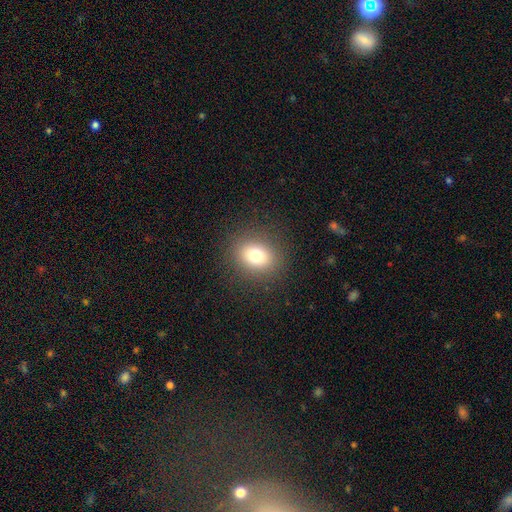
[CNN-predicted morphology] Smooth or featured?
  - smooth: 76% *
  - star or artifact: 13%
  - featured or disk: 10%
How rounded?
  - round: 57% *
  - in between: 42%
  - cigar-shaped: 1%
Merging?
  - none: 88% *
  - minor disturbance: 7%
  - major disturbance: 4%
  - merger: 1%